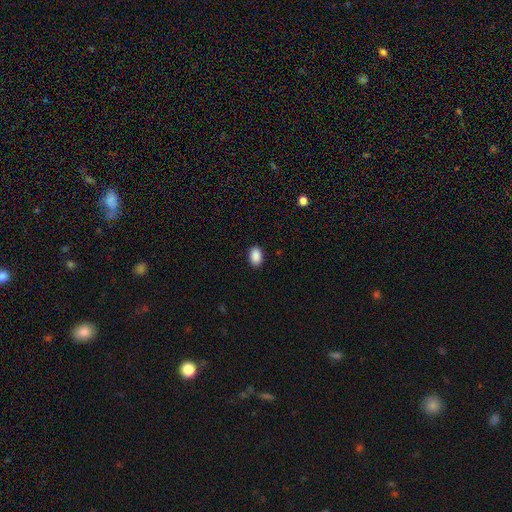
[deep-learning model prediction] This appears to be a smooth galaxy with no disk features (90%) that is in between round and cigar-shaped (88%). Merging: none (89%).